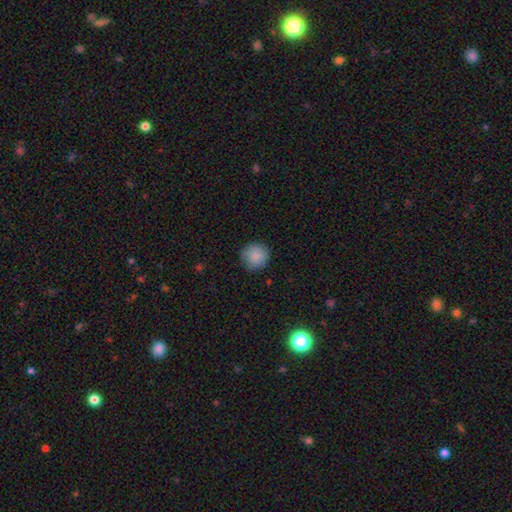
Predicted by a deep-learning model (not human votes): This is clearly a smooth galaxy (87%). How rounded: clearly round (95%). Merging: clearly none (86%).